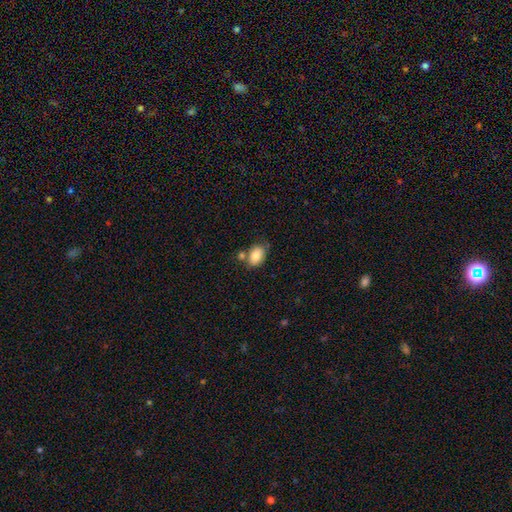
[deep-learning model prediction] Smooth or featured? Predicted: smooth (p=0.80). How rounded? Predicted: in between (p=0.81). Merging? Predicted: none (p=0.58).